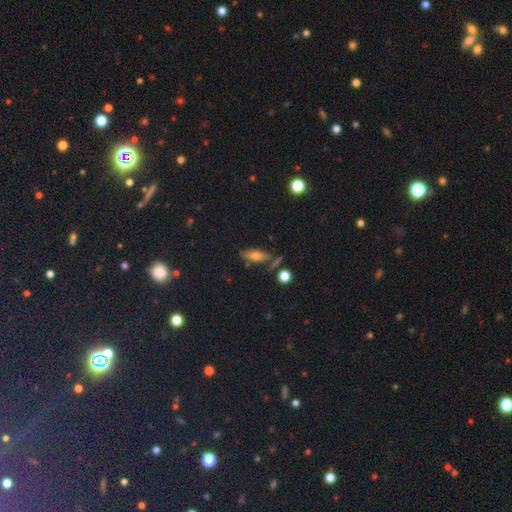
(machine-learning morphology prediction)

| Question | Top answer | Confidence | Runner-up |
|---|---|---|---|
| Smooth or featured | smooth | 52% | featured or disk (28%) |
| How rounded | in between | 61% | cigar-shaped (32%) |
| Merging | none | 71% | minor disturbance (18%) |